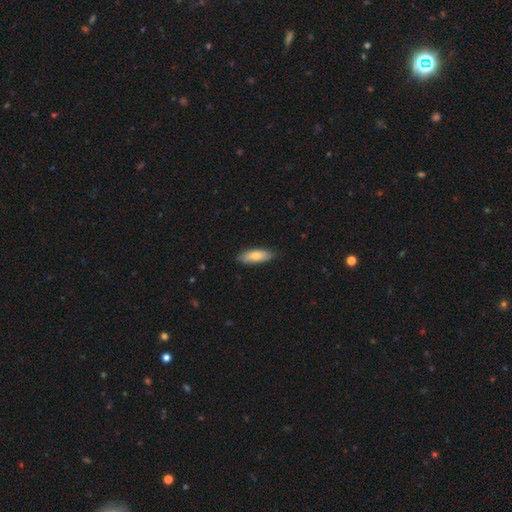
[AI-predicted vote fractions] Q: Smooth or featured?
A: smooth (76%); runner-up: featured or disk (18%)
Q: How rounded?
A: in between (64%); runner-up: cigar-shaped (34%)
Q: Merging?
A: none (85%); runner-up: minor disturbance (13%)